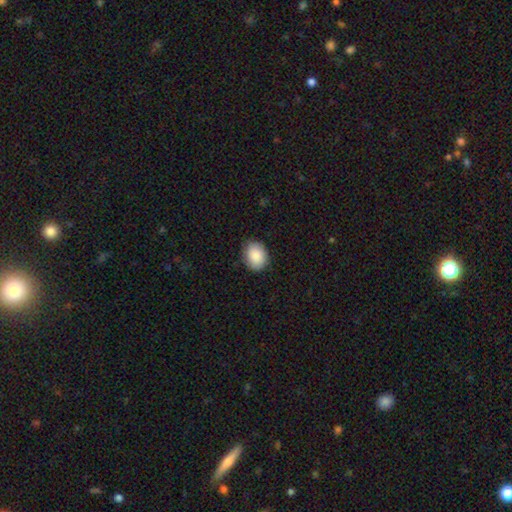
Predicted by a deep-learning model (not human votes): Smooth or featured? smooth (88%)
How rounded? round (50%)
Merging? none (85%)